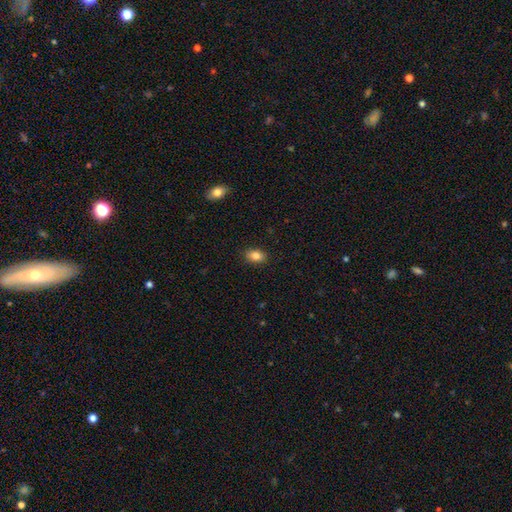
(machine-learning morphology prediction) A smooth galaxy with no disk features (85%) that is in between round and cigar-shaped (77%).

Vote fractions:
- Smooth or featured? smooth: 85% / star or artifact: 9% / featured or disk: 6%
- How rounded? in between: 77% / round: 22% / cigar-shaped: 1%
- Merging? none: 88% / minor disturbance: 9% / major disturbance: 2% / merger: 1%